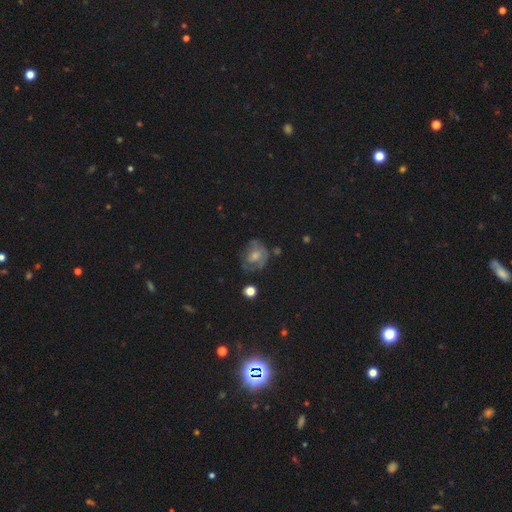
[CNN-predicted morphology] smooth_or_featured: featured or disk (p=0.58) [alt: smooth p=0.32]
disk_edge_on: no (p=0.97) [alt: yes p=0.03]
bar: no (p=0.70) [alt: weak p=0.26]
has_spiral_arms: yes (p=0.67) [alt: no p=0.33]
bulge_size: moderate (p=0.42) [alt: small p=0.40]
merging: none (p=0.52) [alt: minor disturbance p=0.25]